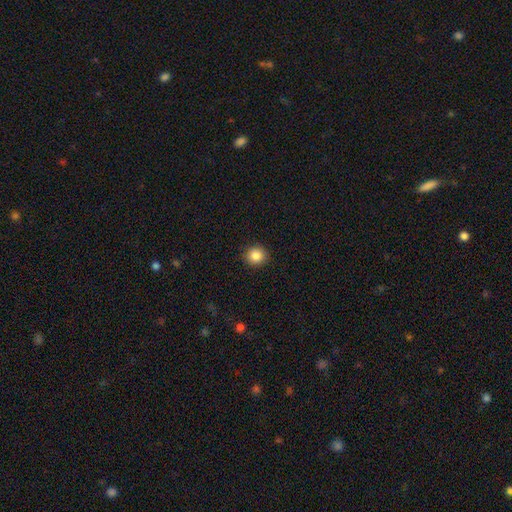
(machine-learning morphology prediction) smooth_or_featured: smooth (p=0.86) [alt: star or artifact p=0.10]
how_rounded: round (p=0.86) [alt: in between p=0.13]
merging: none (p=0.91) [alt: minor disturbance p=0.06]